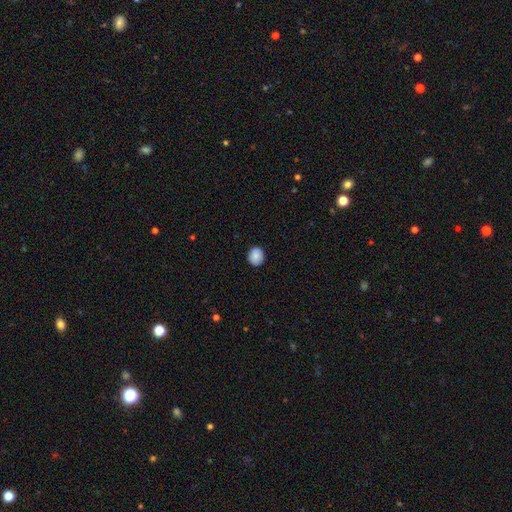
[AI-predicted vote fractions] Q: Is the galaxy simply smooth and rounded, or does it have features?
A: smooth — 88%.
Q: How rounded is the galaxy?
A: round — 75%.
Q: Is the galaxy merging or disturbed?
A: none — 90%.